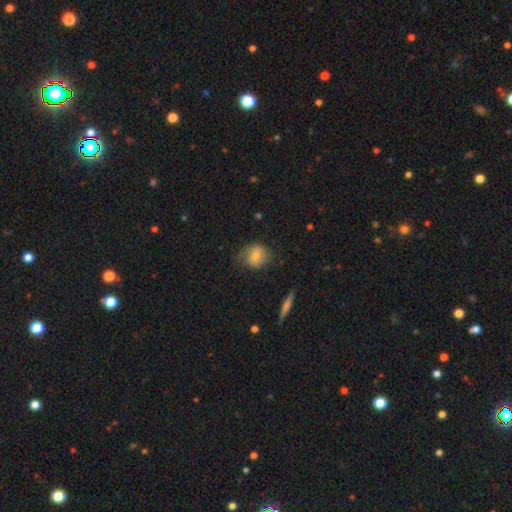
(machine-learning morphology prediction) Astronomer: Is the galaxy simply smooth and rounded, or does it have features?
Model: smooth — 64%.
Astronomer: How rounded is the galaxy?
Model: round — 58% (runner-up: in between, 41%).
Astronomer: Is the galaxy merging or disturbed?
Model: none — 54% (runner-up: minor disturbance, 30%).